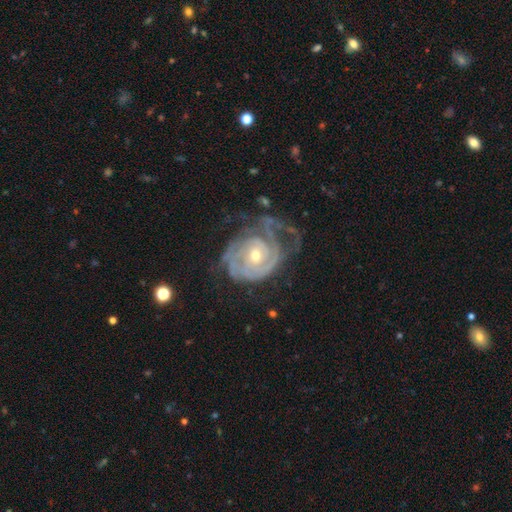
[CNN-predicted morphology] Smooth or featured?
  - featured or disk: 88% *
  - smooth: 7%
  - star or artifact: 5%
Edge-on disk?
  - no: 97% *
  - yes: 3%
Bar?
  - no: 72% *
  - weak: 22%
  - strong: 6%
Spiral arms?
  - yes: 94% *
  - no: 6%
Spiral winding?
  - tight: 72% *
  - medium: 21%
  - loose: 6%
Spiral arm count?
  - can't tell: 35% *
  - 2: 23%
  - 3: 19%
  - 4: 9%
  - 1: 7%
  - more than 4: 6%
Bulge size?
  - small: 49% *
  - moderate: 47%
  - large: 2%
  - none: 1%
  - dominant: 1%
Merging?
  - none: 44% *
  - major disturbance: 30%
  - minor disturbance: 24%
  - merger: 2%